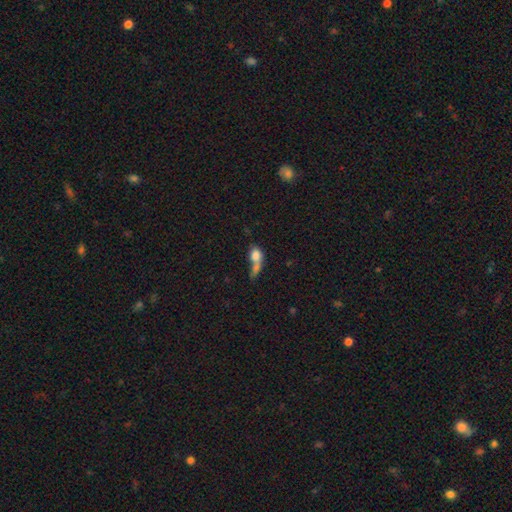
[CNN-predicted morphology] smooth_or_featured: smooth (p=0.71) [alt: featured or disk p=0.19]
how_rounded: in between (p=0.65) [alt: round p=0.27]
merging: merger (p=0.56) [alt: none p=0.18]